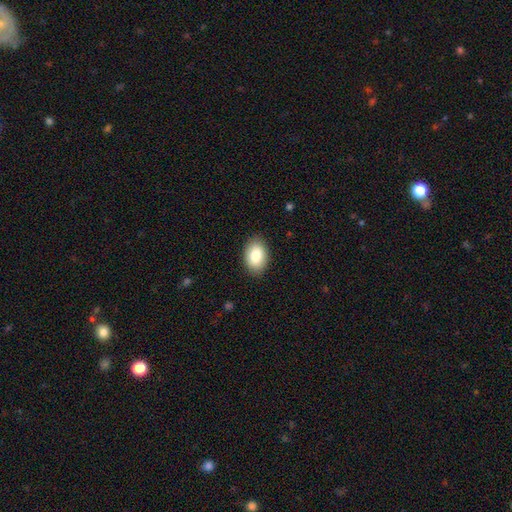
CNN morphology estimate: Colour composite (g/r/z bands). It shows a smooth galaxy with no disk features (85%) that is in between round and cigar-shaped (87%). Merging: none (87%).